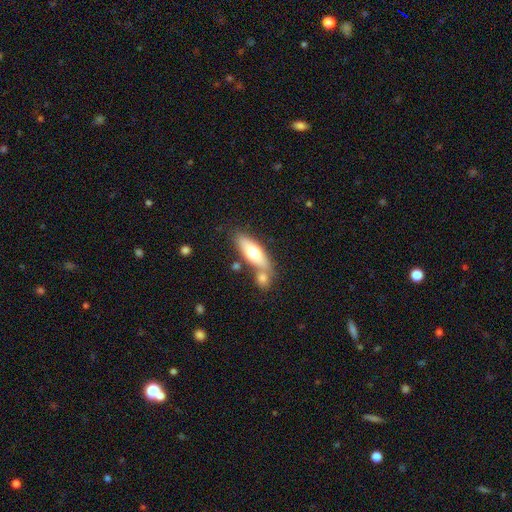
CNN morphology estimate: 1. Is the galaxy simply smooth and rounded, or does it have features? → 63% smooth, 31% featured or disk, 6% star or artifact.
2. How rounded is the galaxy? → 54% in between, 43% cigar-shaped, 3% round.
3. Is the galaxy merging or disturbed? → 57% none, 26% merger, 13% minor disturbance, 4% major disturbance.